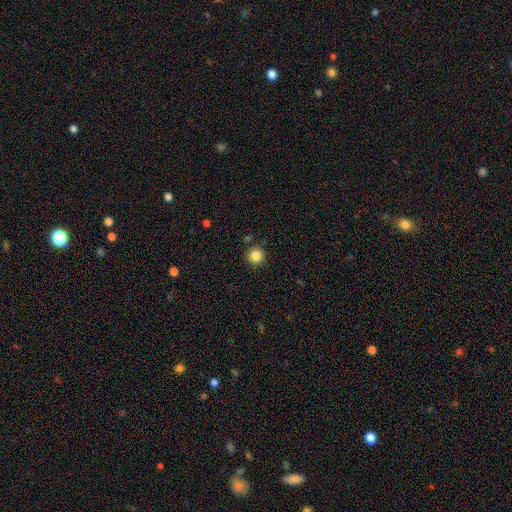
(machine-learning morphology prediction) A smooth galaxy with no disk features (85%) that is round (95%). Merging: none (88%).